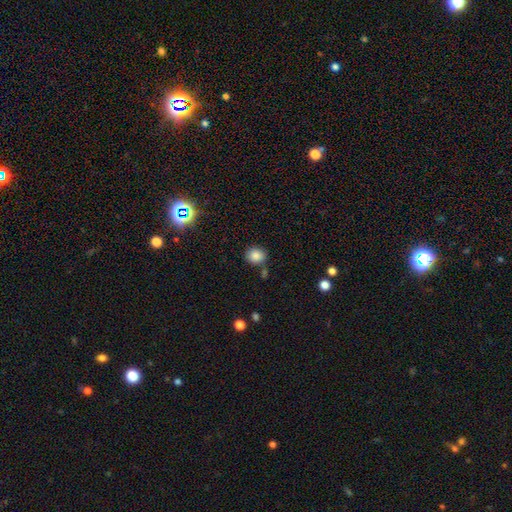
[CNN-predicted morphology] smooth 84%, star or artifact 11%, featured or disk 5%. Down the decision tree: how rounded — round (73%); merging — none (76%).